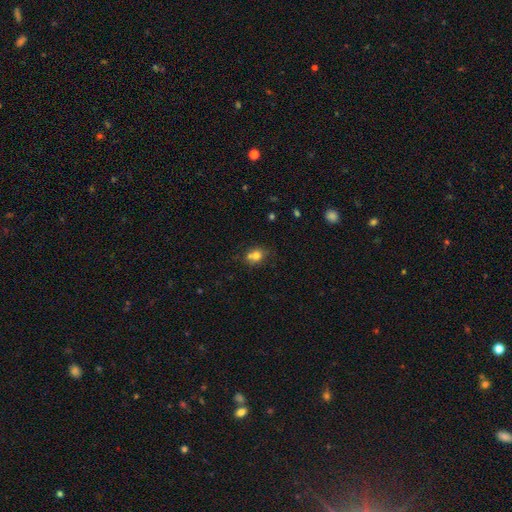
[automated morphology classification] Smooth or featured? Predicted: smooth (p=0.74). How rounded? Predicted: round (p=0.57). Merging? Predicted: none (p=0.52).